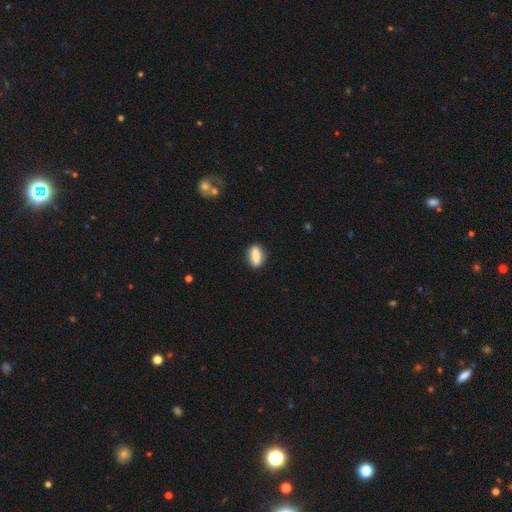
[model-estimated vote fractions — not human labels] Morphology: type=smooth (80%); roundness=in between (71%); merging=none (86%).